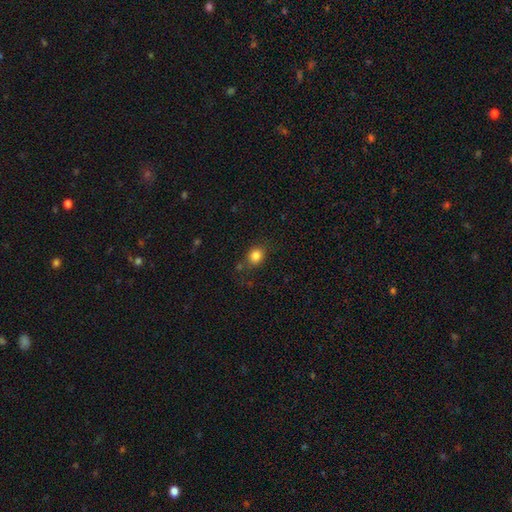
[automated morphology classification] This appears to be a smooth galaxy with no disk features (83%) that is round (67%). Merging: none (76%).